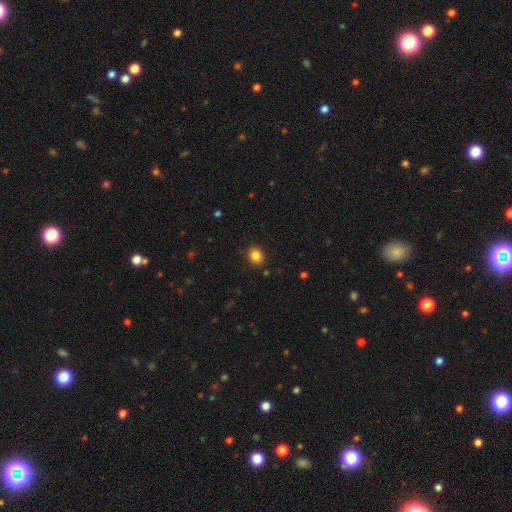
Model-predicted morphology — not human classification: Overall: smooth (85%). How rounded: round (68%; in between 31%). Merging: none (89%).